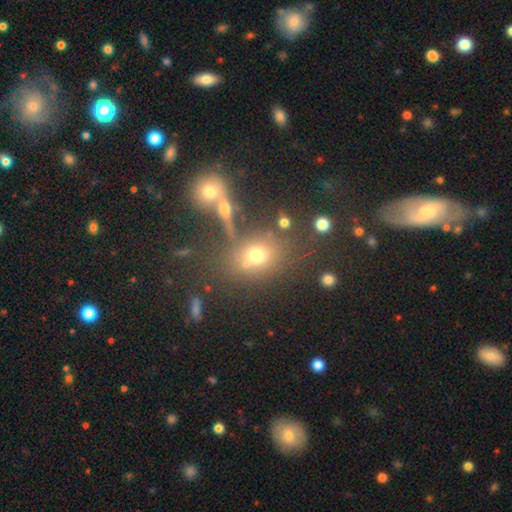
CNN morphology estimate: smooth_or_featured: smooth (p=0.65) [alt: star or artifact p=0.18]
how_rounded: round (p=0.57) [alt: in between p=0.40]
merging: none (p=0.62) [alt: merger p=0.19]